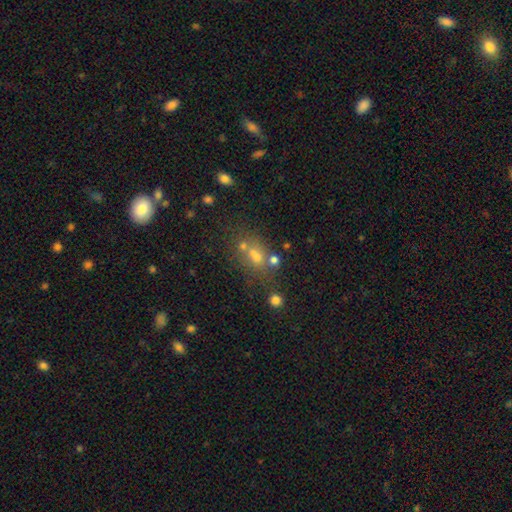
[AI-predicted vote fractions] Smooth or featured?
  - smooth: 53% *
  - star or artifact: 28%
  - featured or disk: 18%
How rounded?
  - in between: 48% * (tied)
  - round: 48% * (tied)
  - cigar-shaped: 4%
Merging?
  - none: 48% *
  - merger: 33%
  - minor disturbance: 12%
  - major disturbance: 7%